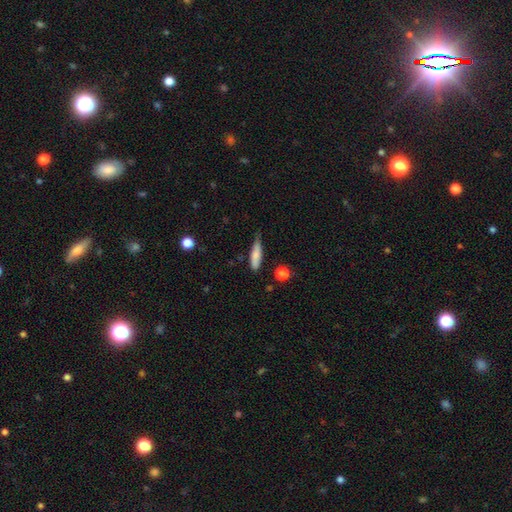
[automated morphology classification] A smooth galaxy with no disk features (79%) that is cigar-shaped (69%). Merging: none (55%).